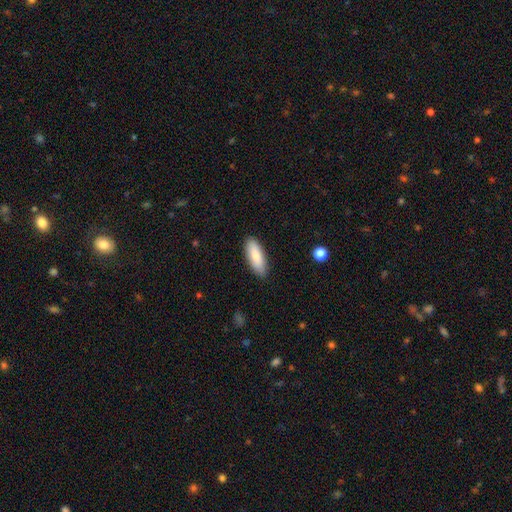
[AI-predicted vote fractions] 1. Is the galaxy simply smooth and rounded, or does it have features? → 82% smooth, 13% featured or disk, 6% star or artifact.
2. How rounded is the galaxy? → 71% in between, 27% cigar-shaped, 2% round.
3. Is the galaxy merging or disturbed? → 88% none, 9% minor disturbance, 2% major disturbance, 1% merger.